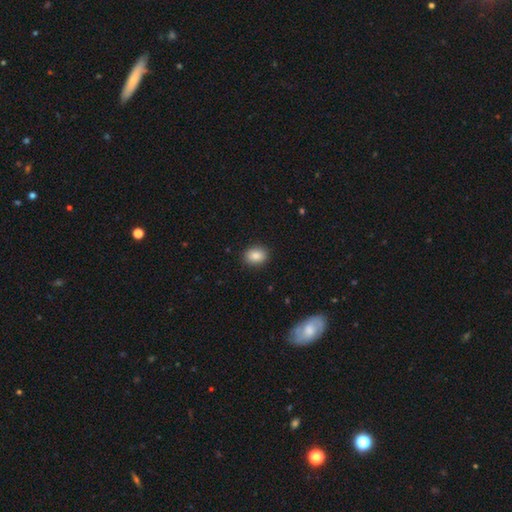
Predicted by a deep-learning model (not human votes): Q: Smooth or featured?
A: smooth (86%); runner-up: star or artifact (9%)
Q: How rounded?
A: in between (60%); runner-up: round (39%)
Q: Merging?
A: none (89%); runner-up: minor disturbance (8%)